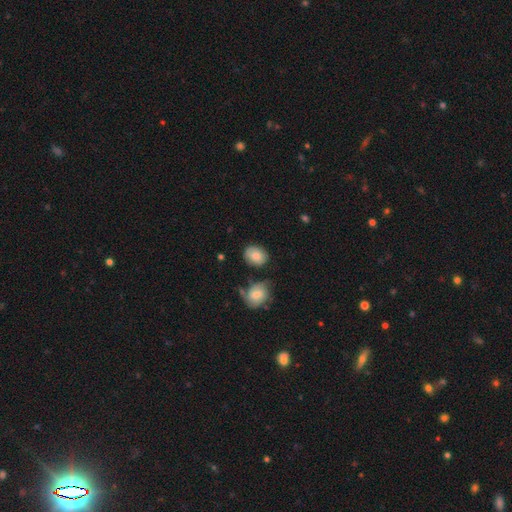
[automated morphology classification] smooth_or_featured: smooth (p=0.78) [alt: featured or disk p=0.15]
how_rounded: in between (p=0.51) [alt: round p=0.48]
merging: none (p=0.68) [alt: minor disturbance p=0.19]